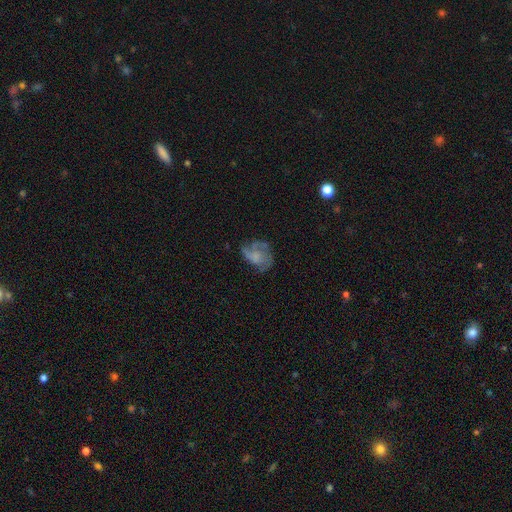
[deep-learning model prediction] Smooth or featured? featured or disk (53%)
Edge-on disk? no (98%)
Bar? no (80%)
Spiral arms? yes (62%)
Bulge size? none (49%)
Merging? none (46%)